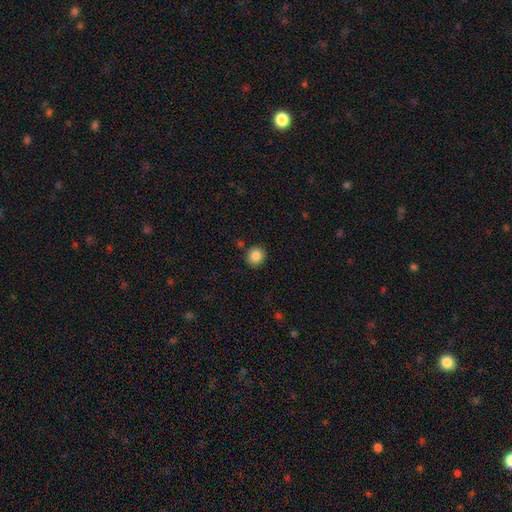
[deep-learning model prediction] Smooth or featured? Predicted: smooth (p=0.87). How rounded? Predicted: round (p=0.86). Merging? Predicted: none (p=0.86).